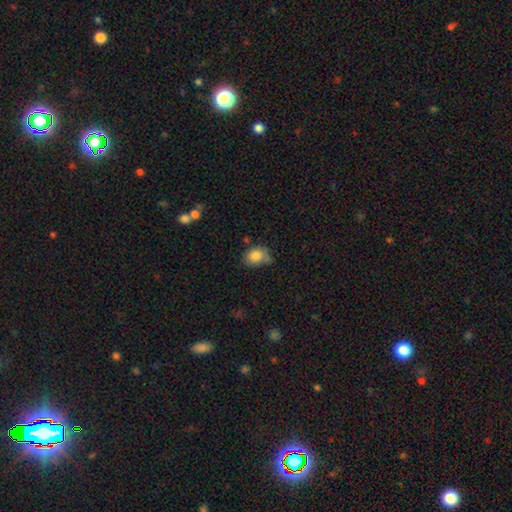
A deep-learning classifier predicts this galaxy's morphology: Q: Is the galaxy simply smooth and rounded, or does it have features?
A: smooth — 82%.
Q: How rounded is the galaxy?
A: in between — 58%.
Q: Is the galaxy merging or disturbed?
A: none — 54%.